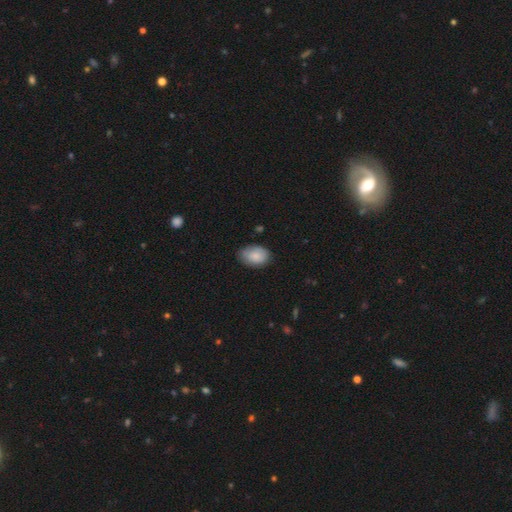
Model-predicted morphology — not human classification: This is clearly a smooth galaxy (85%). How rounded: clearly in between (86%). Merging: likely none (76%).